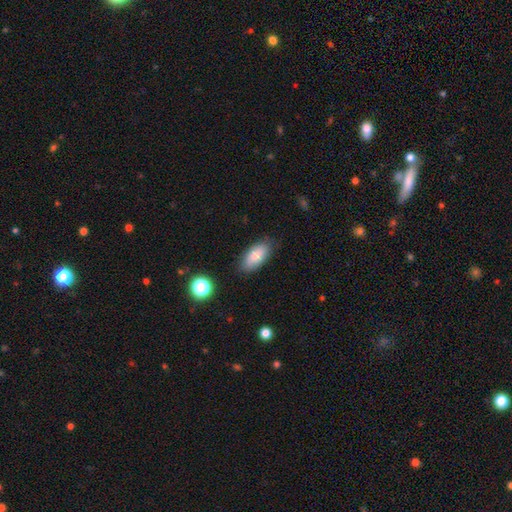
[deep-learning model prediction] A smooth galaxy with no disk features (83%) that is in between round and cigar-shaped (90%).

Vote fractions:
- Smooth or featured? smooth: 83% / featured or disk: 10% / star or artifact: 7%
- How rounded? in between: 90% / cigar-shaped: 7% / round: 3%
- Merging? none: 81% / minor disturbance: 14% / major disturbance: 3% / merger: 2%